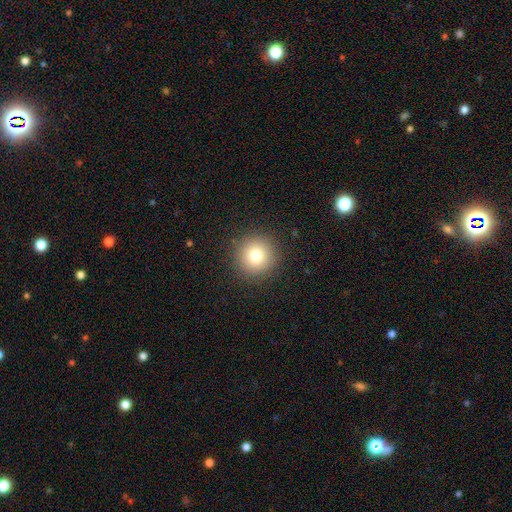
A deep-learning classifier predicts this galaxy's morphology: Q: Smooth or featured?
A: smooth (79%); runner-up: star or artifact (12%)
Q: How rounded?
A: round (95%); runner-up: in between (4%)
Q: Merging?
A: none (91%); runner-up: minor disturbance (6%)